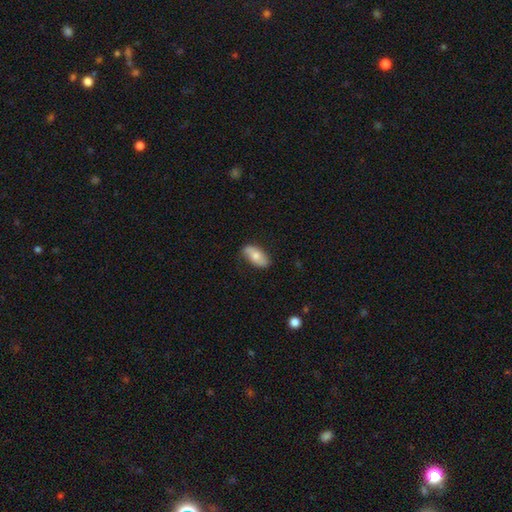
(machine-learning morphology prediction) smooth 63%, featured or disk 31%, star or artifact 6%. Down the decision tree: how rounded — in between (90%); merging — none (78%).